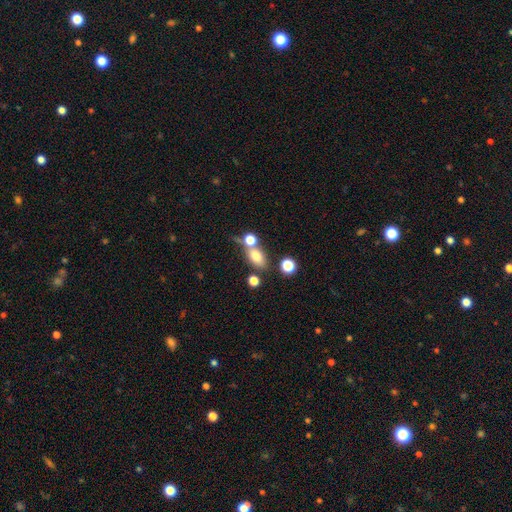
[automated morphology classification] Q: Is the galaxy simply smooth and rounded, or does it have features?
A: smooth — 74%.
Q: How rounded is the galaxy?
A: in between — 76%.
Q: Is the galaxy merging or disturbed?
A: none — 54%.